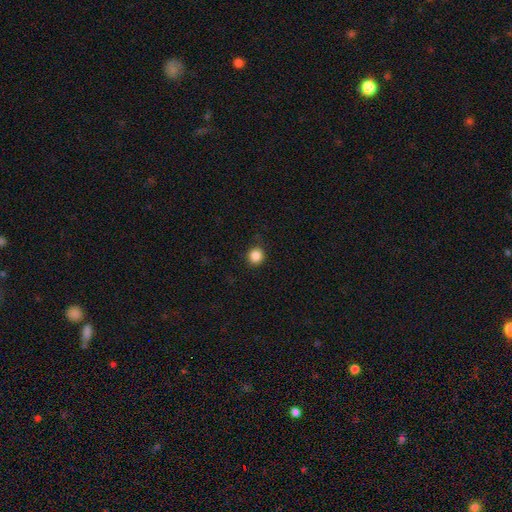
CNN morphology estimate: A smooth galaxy with no disk features (86%) that is round (91%).

Vote fractions:
- Smooth or featured? smooth: 86% / star or artifact: 11% / featured or disk: 3%
- How rounded? round: 91% / in between: 8% / cigar-shaped: 1%
- Merging? none: 87% / minor disturbance: 10% / major disturbance: 3% / merger: 1%